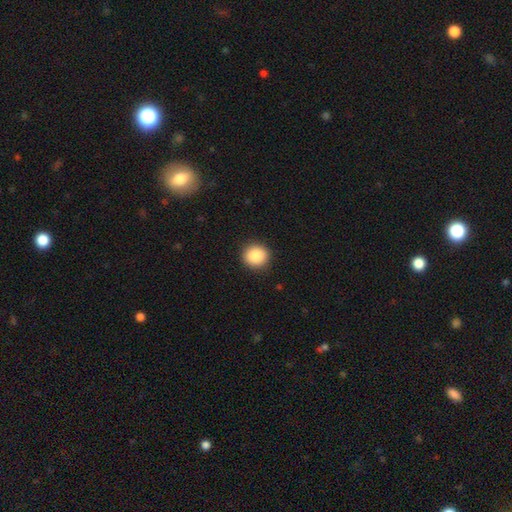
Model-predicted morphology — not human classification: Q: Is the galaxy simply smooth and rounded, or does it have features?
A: smooth — 87%.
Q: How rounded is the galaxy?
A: round — 89%.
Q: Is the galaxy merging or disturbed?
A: none — 92%.